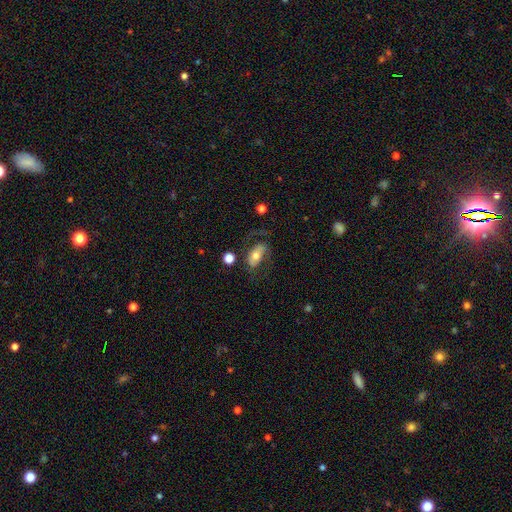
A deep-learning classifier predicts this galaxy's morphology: The model was most divided on "smooth or featured": featured or disk: 47%, smooth: 46%, star or artifact: 7%. More confident: merging — none (53%).